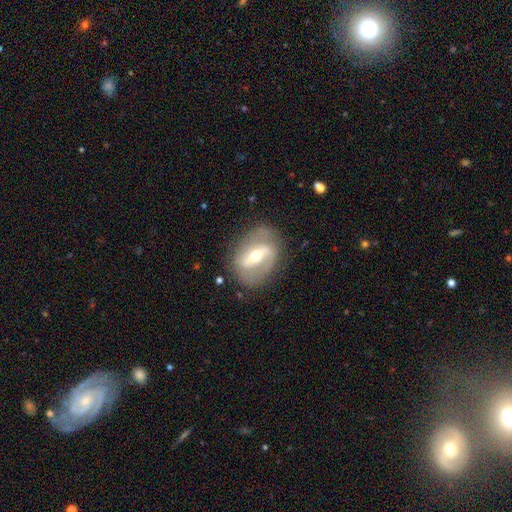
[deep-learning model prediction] featured or disk 78%, smooth 16%, star or artifact 6%. Down the decision tree: edge-on disk — no (92%); bar — strong (60%); spiral arms — yes (70%); spiral arm count — 2 (80%); spiral winding — medium (41%); bulge size — moderate (65%); merging — none (77%).